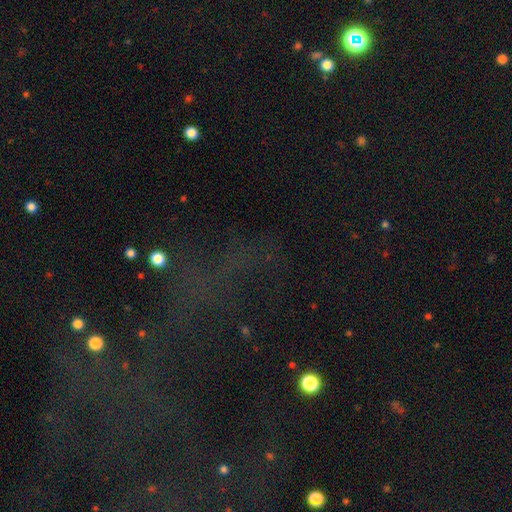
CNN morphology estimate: The model was most divided on "smooth or featured": star or artifact: 65%, smooth: 20%, featured or disk: 14%.